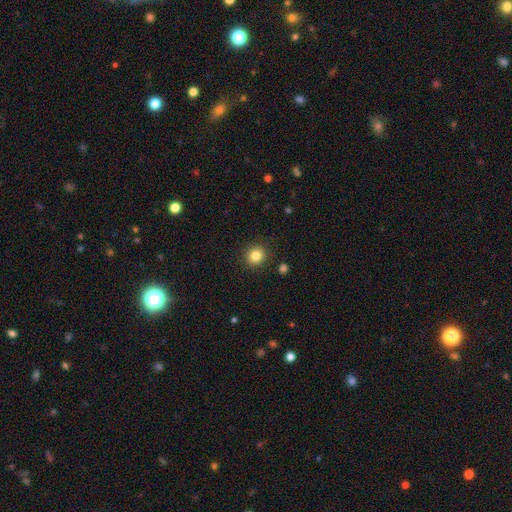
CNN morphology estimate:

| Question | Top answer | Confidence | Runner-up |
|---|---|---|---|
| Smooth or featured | smooth | 84% | star or artifact (11%) |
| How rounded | round | 89% | in between (10%) |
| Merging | none | 90% | minor disturbance (6%) |